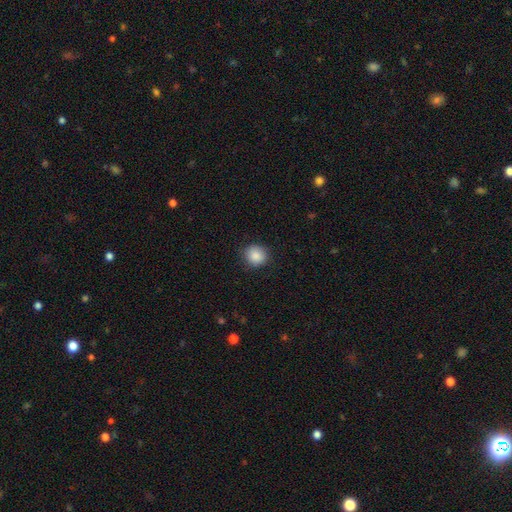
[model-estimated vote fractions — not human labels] Smooth or featured? Predicted: smooth (p=0.88). How rounded? Predicted: round (p=0.82). Merging? Predicted: none (p=0.86).